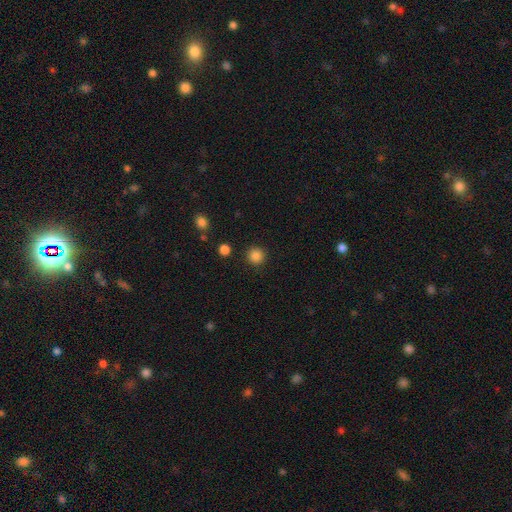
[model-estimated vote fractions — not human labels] Smooth or featured? smooth (86%)
How rounded? round (95%)
Merging? none (91%)